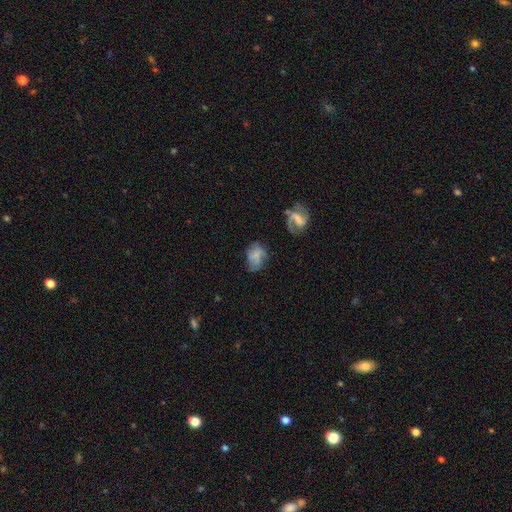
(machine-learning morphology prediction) The model was most divided on "smooth or featured": smooth: 46%, featured or disk: 43%, star or artifact: 11%. Remaining: merging — none (47%).